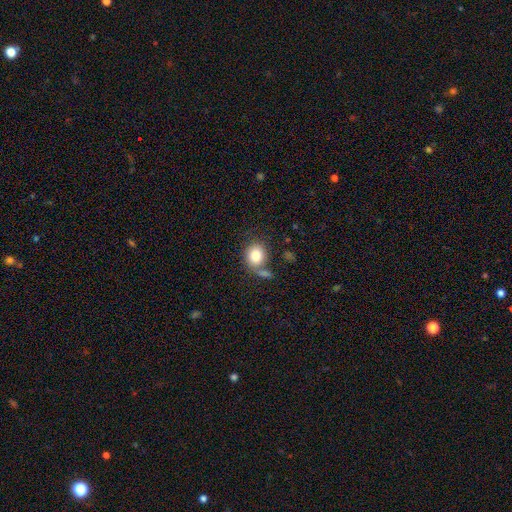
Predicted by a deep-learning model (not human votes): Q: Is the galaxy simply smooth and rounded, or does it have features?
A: smooth — 82%.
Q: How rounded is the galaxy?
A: round — 68%.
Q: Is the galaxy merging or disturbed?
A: none — 55%.